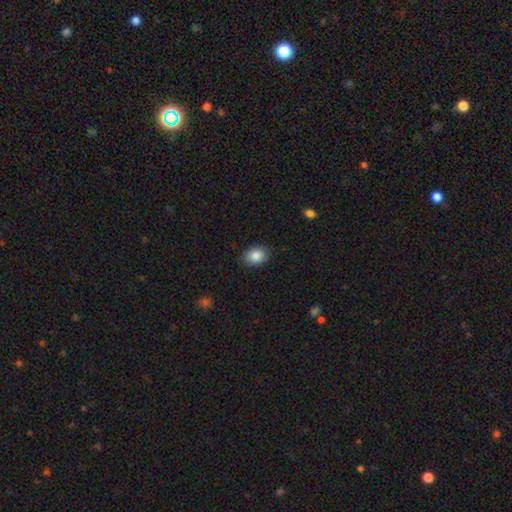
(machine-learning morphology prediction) Smooth or featured?
  - smooth: 87% *
  - star or artifact: 8%
  - featured or disk: 5%
How rounded?
  - in between: 73% *
  - round: 26%
  - cigar-shaped: 1%
Merging?
  - none: 86% *
  - minor disturbance: 11%
  - major disturbance: 2%
  - merger: 1%